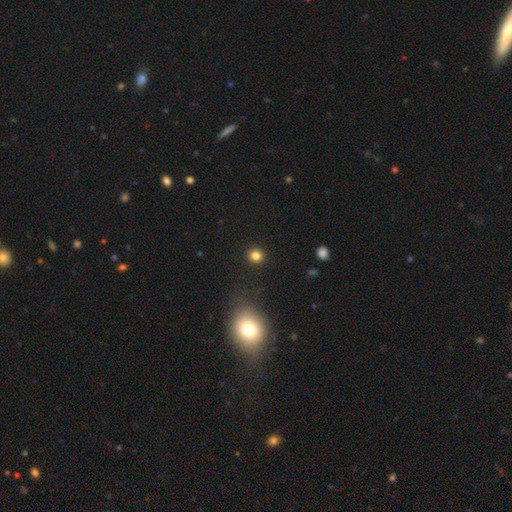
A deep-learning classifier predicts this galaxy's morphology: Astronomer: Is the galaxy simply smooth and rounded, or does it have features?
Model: smooth — 81%.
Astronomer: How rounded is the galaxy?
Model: round — 92%.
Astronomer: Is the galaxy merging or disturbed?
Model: none — 91%.